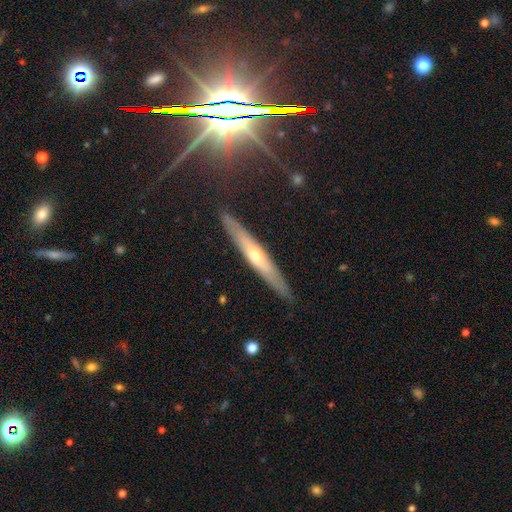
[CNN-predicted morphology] A featured or disk galaxy (57%) viewed edge-on (88%) with a rounded central bulge (69%).

Vote fractions:
- Smooth or featured? featured or disk: 57% / smooth: 37% / star or artifact: 6%
- Edge-on disk? yes: 88% / no: 12%
- Edge-on bulge? rounded: 69% / none: 27% / boxy: 4%
- Merging? none: 87% / minor disturbance: 10% / major disturbance: 2% / merger: 1%